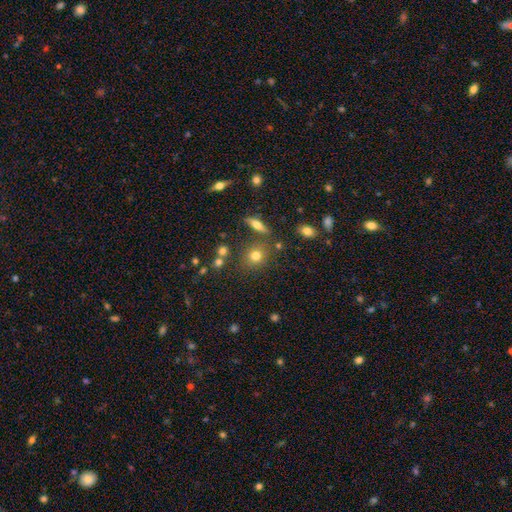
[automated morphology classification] Q: Smooth or featured?
A: smooth (72%); runner-up: star or artifact (15%)
Q: How rounded?
A: round (82%); runner-up: in between (16%)
Q: Merging?
A: none (76%); runner-up: minor disturbance (11%)